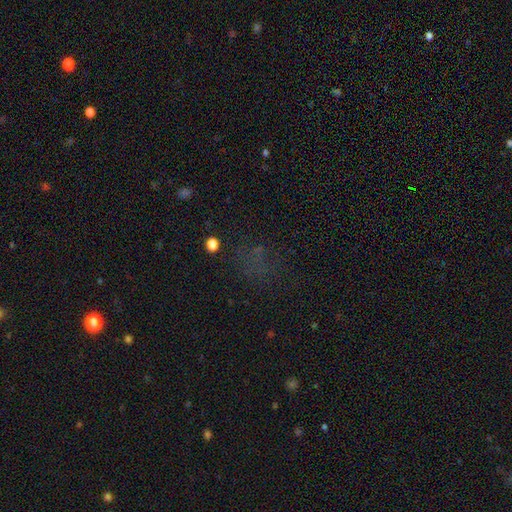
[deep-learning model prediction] The model was most divided on "smooth or featured": star or artifact: 49%, smooth: 36%, featured or disk: 15%.